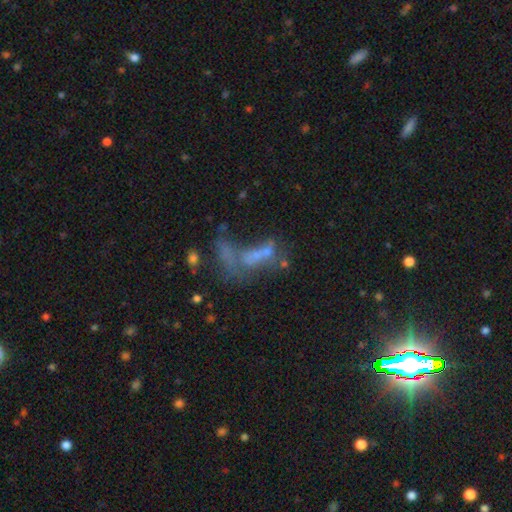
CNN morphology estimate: smooth_or_featured: featured or disk (p=0.40) [alt: smooth p=0.31]
merging: merger (p=0.37) [alt: major disturbance p=0.29]